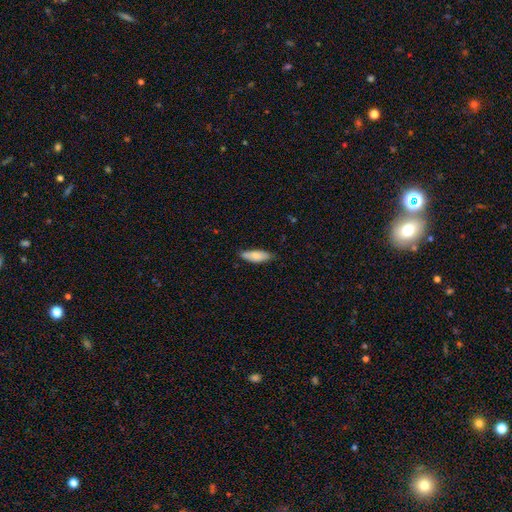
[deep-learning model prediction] smooth-or-featured: smooth: 81% | featured or disk: 13% | star or artifact: 6%
  how-rounded: in between: 59% | cigar-shaped: 40% | round: 2%
  merging: none: 76% | minor disturbance: 20% | major disturbance: 3% | merger: 1%